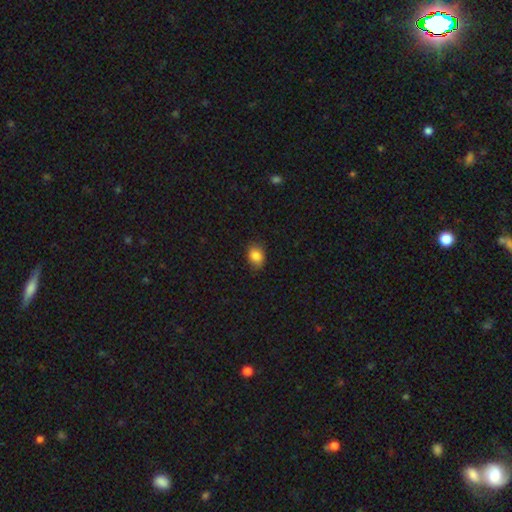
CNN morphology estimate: Smooth or featured? Predicted: smooth (p=0.86). How rounded? Predicted: in between (p=0.69). Merging? Predicted: none (p=0.81).